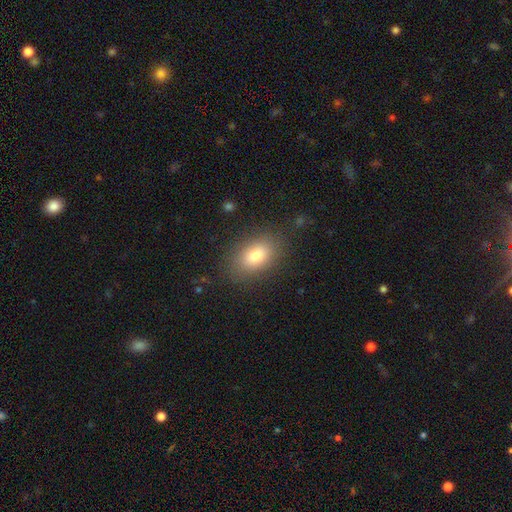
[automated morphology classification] Overall: smooth (80%). How rounded: in between (86%). Merging: none (84%).